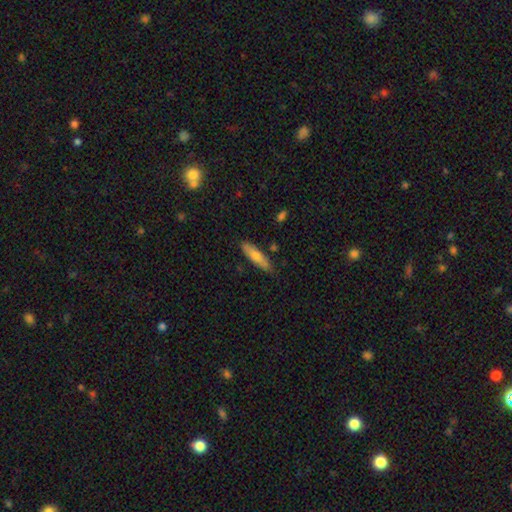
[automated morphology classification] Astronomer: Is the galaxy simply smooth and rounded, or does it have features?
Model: smooth — 70%.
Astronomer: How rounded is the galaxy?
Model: cigar-shaped — 69%.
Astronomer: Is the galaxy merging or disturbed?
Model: none — 83%.